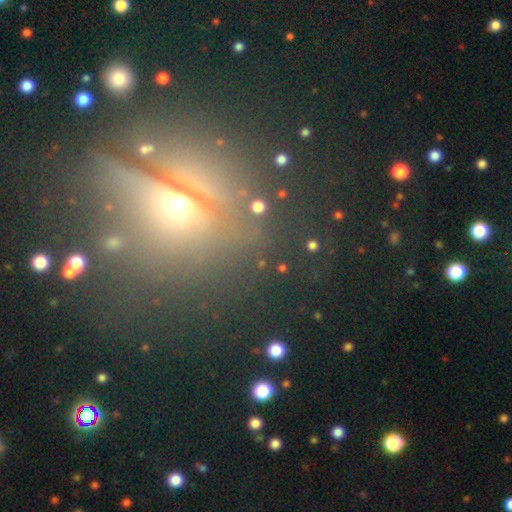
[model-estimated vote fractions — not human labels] The model was most divided on "smooth or featured": star or artifact: 51%, smooth: 26%, featured or disk: 23%.